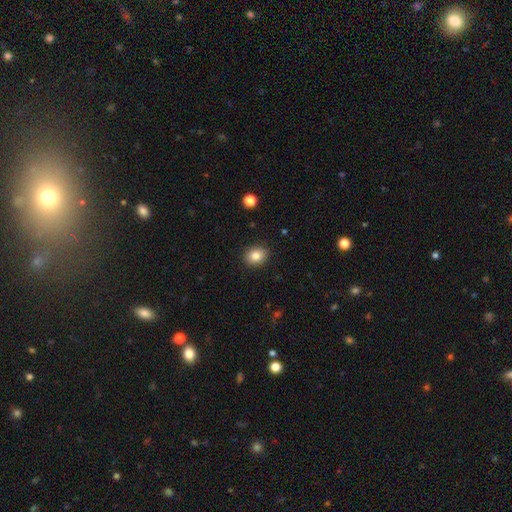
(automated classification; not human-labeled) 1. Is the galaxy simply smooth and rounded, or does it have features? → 83% smooth, 9% star or artifact, 7% featured or disk.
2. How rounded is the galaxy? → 50% round, 49% in between, 1% cigar-shaped.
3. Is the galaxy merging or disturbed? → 89% none, 8% minor disturbance, 2% major disturbance, 1% merger.